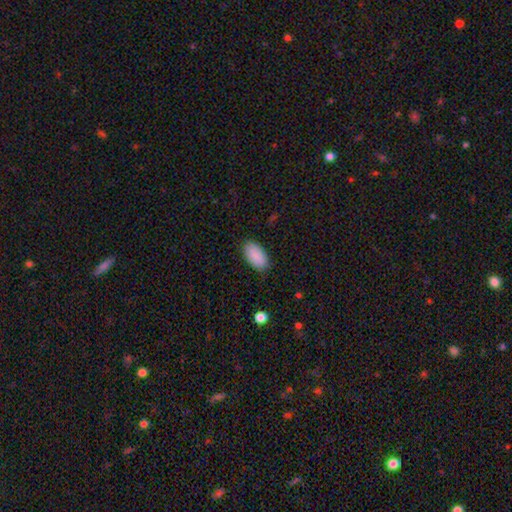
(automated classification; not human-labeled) smooth_or_featured: smooth (p=0.91) [alt: star or artifact p=0.06]
how_rounded: in between (p=0.95) [alt: cigar-shaped p=0.03]
merging: none (p=0.88) [alt: minor disturbance p=0.09]